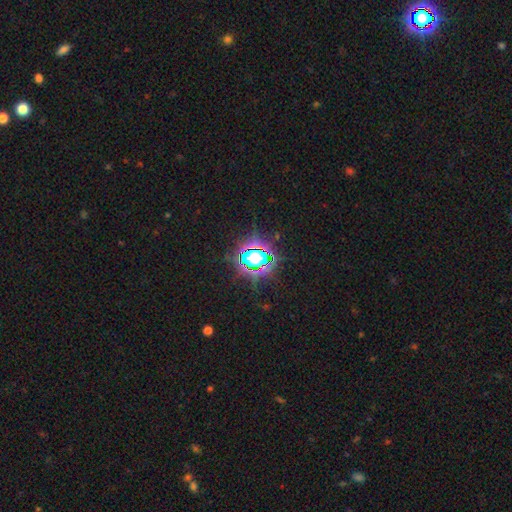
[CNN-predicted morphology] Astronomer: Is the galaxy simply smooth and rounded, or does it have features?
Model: star or artifact — 79%.